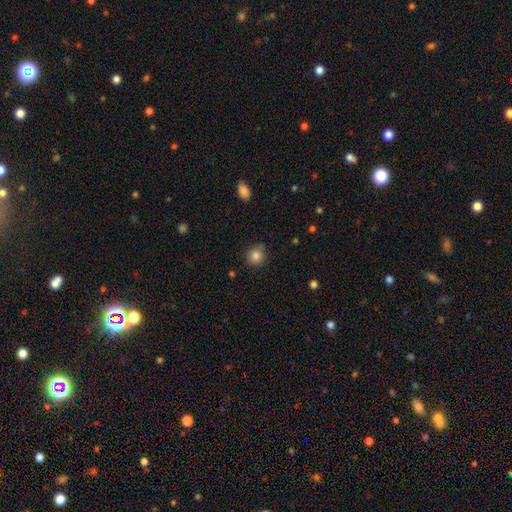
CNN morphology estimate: Overall: smooth (85%). How rounded: round (85%). Merging: none (81%).